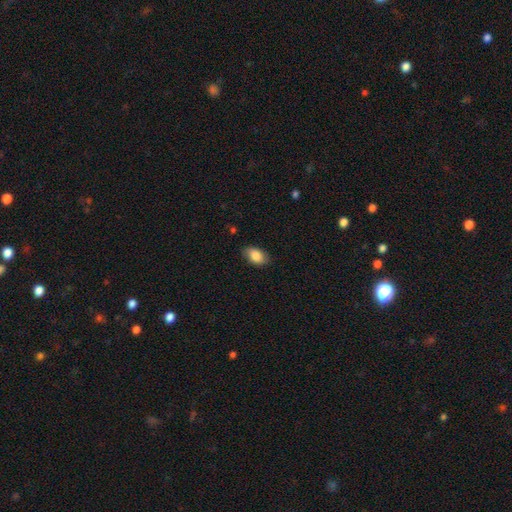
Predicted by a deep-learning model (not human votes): The model was most divided on "merging": none: 81%, minor disturbance: 15%, major disturbance: 3%, merger: 1%. More confident: how rounded — in between (90%); smooth or featured — smooth (85%).